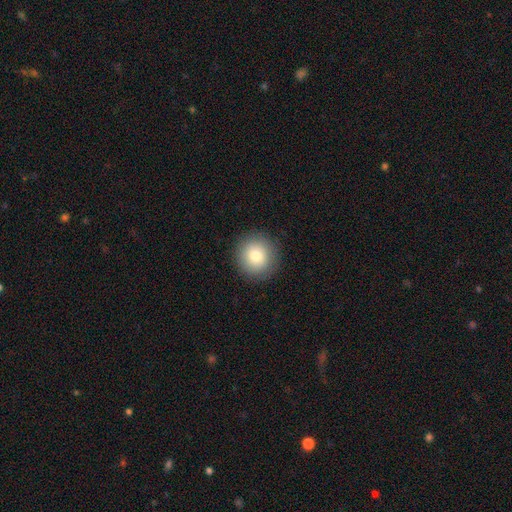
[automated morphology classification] Smooth or featured? Predicted: smooth (p=0.80). How rounded? Predicted: round (p=0.93). Merging? Predicted: none (p=0.90).